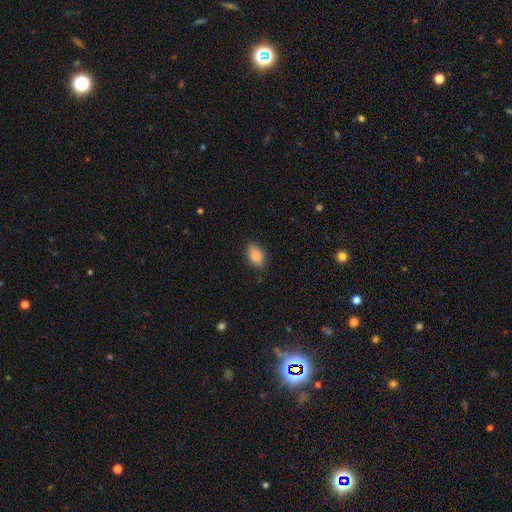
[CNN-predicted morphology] smooth_or_featured: smooth (p=0.85) [alt: star or artifact p=0.08]
how_rounded: in between (p=0.89) [alt: round p=0.08]
merging: none (p=0.80) [alt: minor disturbance p=0.16]